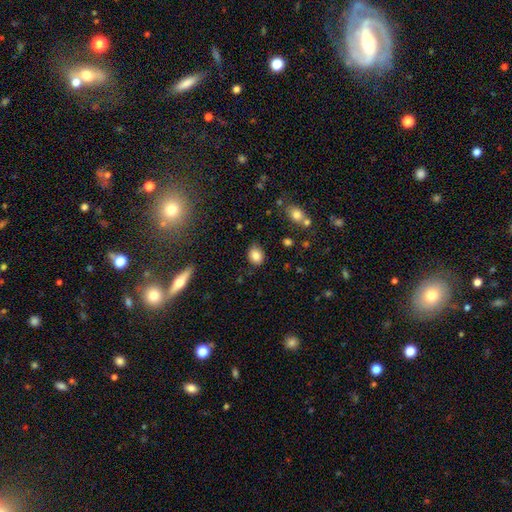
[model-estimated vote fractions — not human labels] smooth-or-featured: smooth: 84% | star or artifact: 9% | featured or disk: 7%
  how-rounded: round: 50% | in between: 49% | cigar-shaped: 1%
  merging: none: 80% | minor disturbance: 15% | major disturbance: 3% | merger: 2%